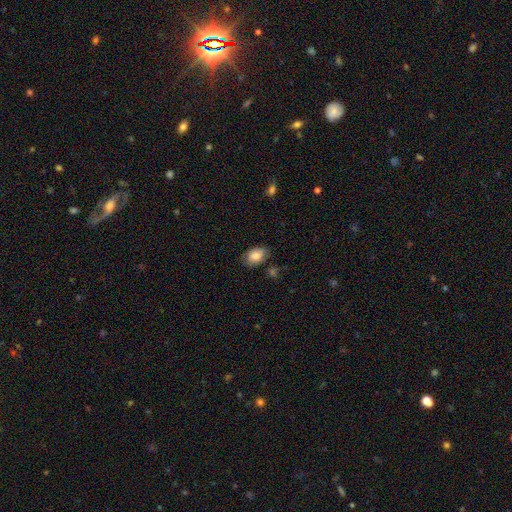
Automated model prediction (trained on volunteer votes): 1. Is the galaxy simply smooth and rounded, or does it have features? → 76% smooth, 16% featured or disk, 8% star or artifact.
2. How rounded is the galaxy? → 87% in between, 12% round, 1% cigar-shaped.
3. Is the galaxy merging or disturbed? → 75% none, 18% minor disturbance, 4% major disturbance, 3% merger.